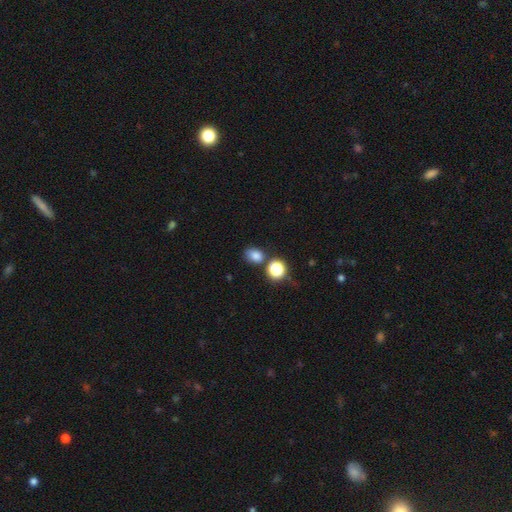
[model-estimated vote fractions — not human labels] smooth-or-featured: smooth: 77% | star or artifact: 16% | featured or disk: 7%
  how-rounded: in between: 55% | round: 44% | cigar-shaped: 1%
  merging: none: 65% | minor disturbance: 16% | merger: 14% | major disturbance: 6%